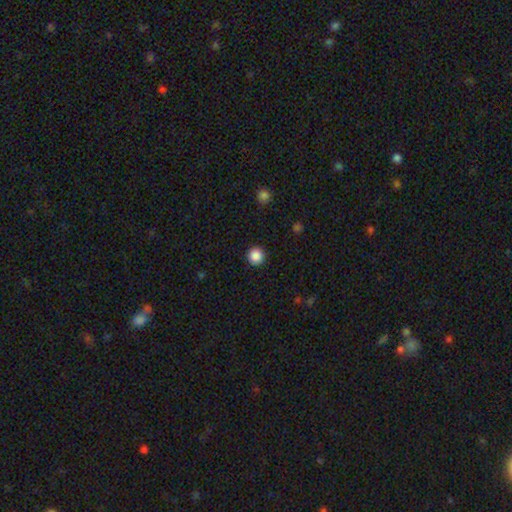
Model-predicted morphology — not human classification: Smooth or featured? smooth (88%)
How rounded? round (95%)
Merging? none (92%)